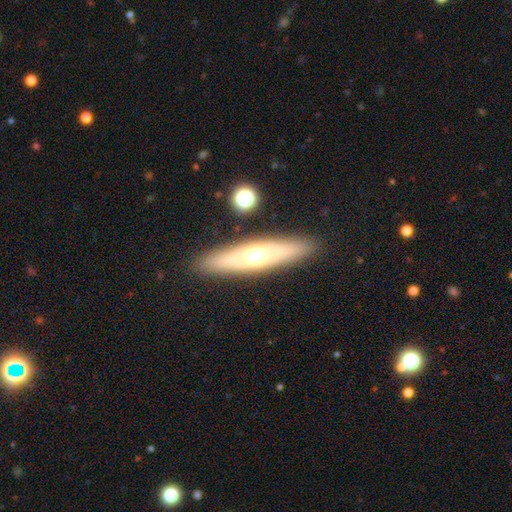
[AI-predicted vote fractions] The model was most divided on "smooth or featured": featured or disk: 51%, smooth: 41%, star or artifact: 8%. More confident: merging — none (87%); edge-on disk — yes (76%).